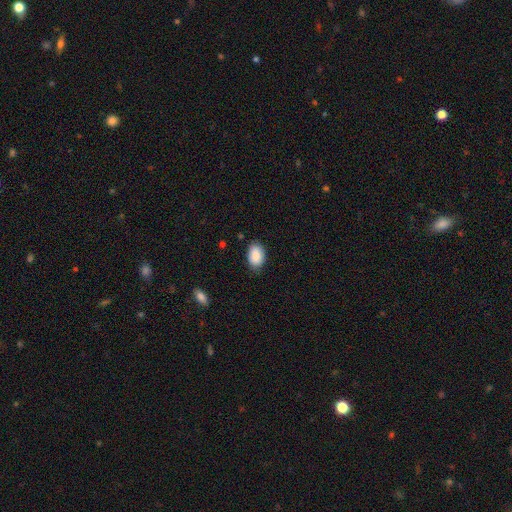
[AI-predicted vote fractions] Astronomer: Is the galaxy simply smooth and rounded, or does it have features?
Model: smooth — 88%.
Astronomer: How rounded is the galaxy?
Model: in between — 90%.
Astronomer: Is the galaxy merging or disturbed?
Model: none — 79%.